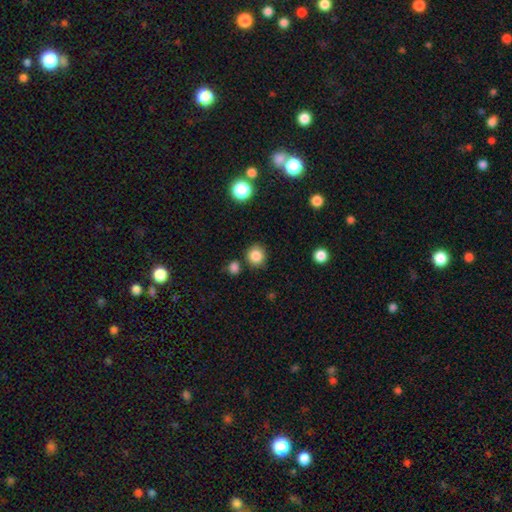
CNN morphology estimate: This appears to be a smooth galaxy with no disk features (85%) that is round (87%). Merging: none (82%).